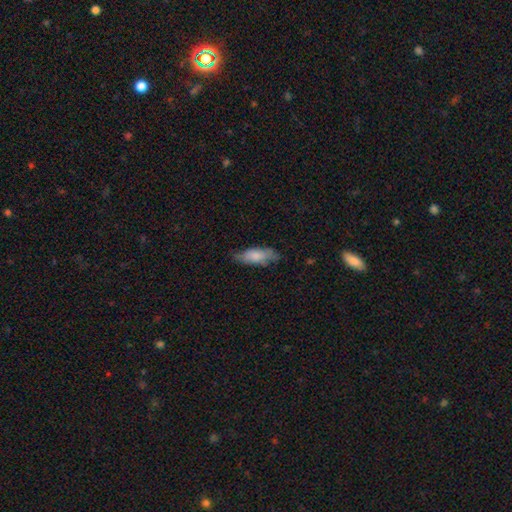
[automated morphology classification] Overall: smooth (76%). How rounded: in between (68%; cigar-shaped 30%). Merging: none (63%; minor disturbance 27%).